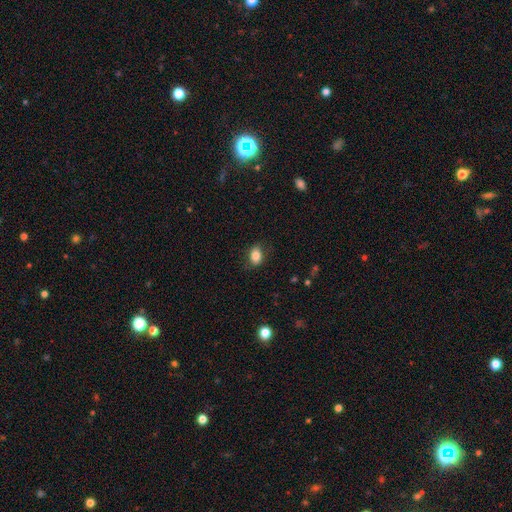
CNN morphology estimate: This is clearly a smooth galaxy (84%). How rounded: likely in between (80%). Merging: likely none (80%).